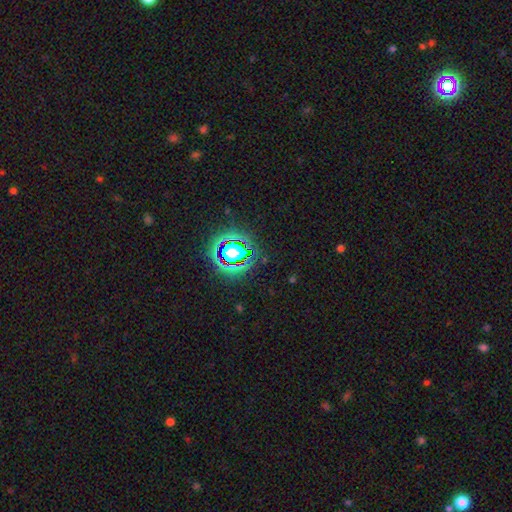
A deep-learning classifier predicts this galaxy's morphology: A star or artifact, not a galaxy (78%).